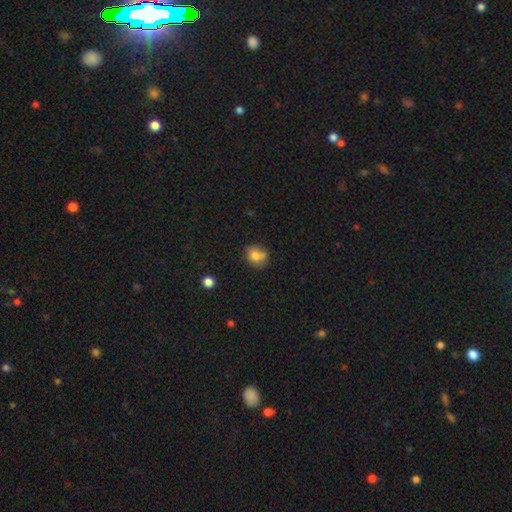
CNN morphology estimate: The model was most divided on "how rounded": round: 65%, in between: 34%, cigar-shaped: 1%. More confident: smooth or featured — smooth (77%); merging — none (55%).